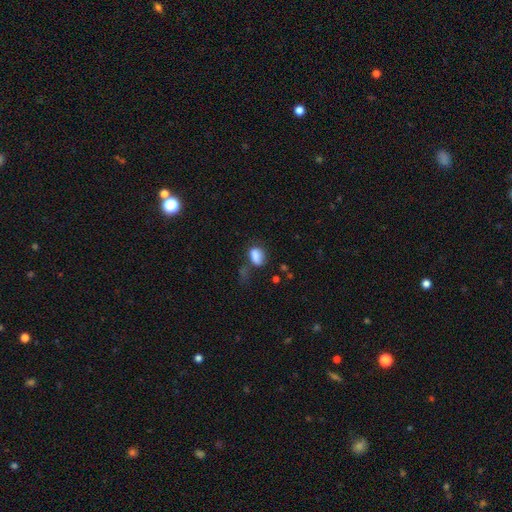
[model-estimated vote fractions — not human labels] smooth_or_featured: smooth (p=0.82) [alt: star or artifact p=0.10]
how_rounded: in between (p=0.83) [alt: round p=0.15]
merging: none (p=0.45) [alt: minor disturbance p=0.27]